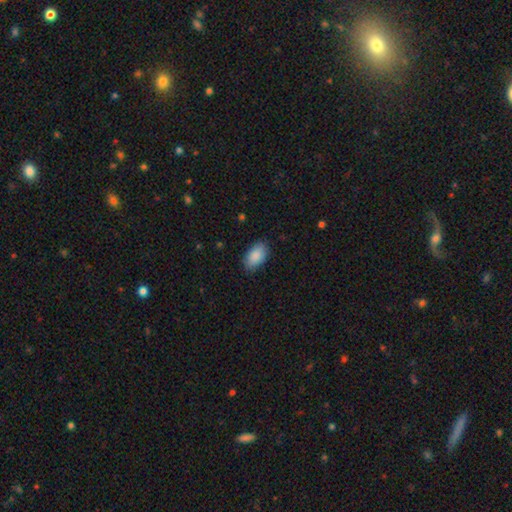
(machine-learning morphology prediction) Smooth or featured? smooth (90%)
How rounded? in between (94%)
Merging? none (84%)